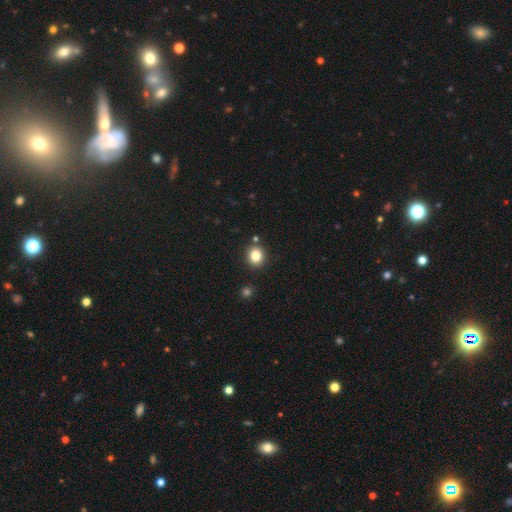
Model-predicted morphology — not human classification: smooth 83%, star or artifact 11%, featured or disk 6%. Down the decision tree: how rounded — round (76%); merging — none (86%).